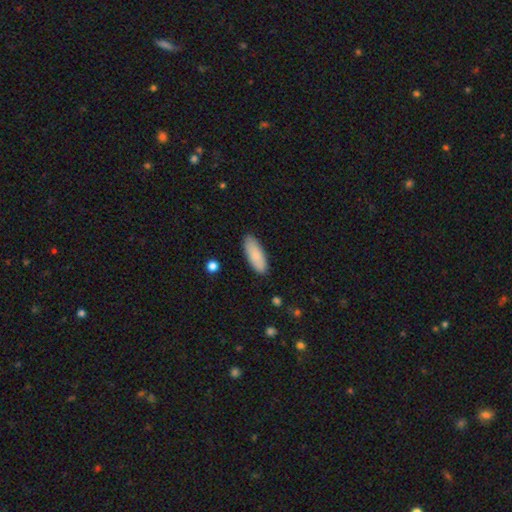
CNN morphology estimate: Smooth or featured? Predicted: smooth (p=0.85). How rounded? Predicted: in between (p=0.74). Merging? Predicted: none (p=0.87).